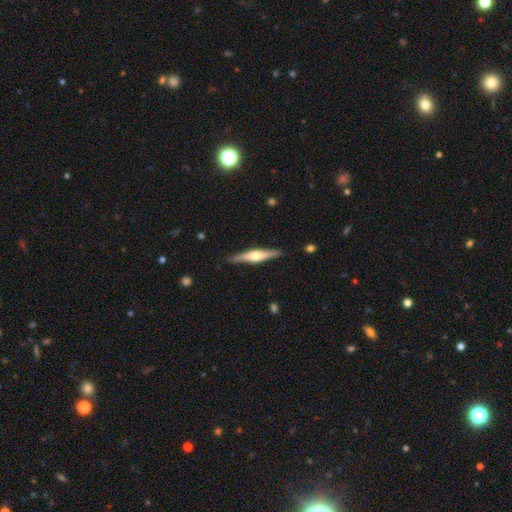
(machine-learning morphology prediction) The model was most divided on "smooth or featured": featured or disk: 66%, smooth: 29%, star or artifact: 5%. More confident: edge-on disk — yes (97%); edge-on bulge — rounded (91%); merging — none (89%).